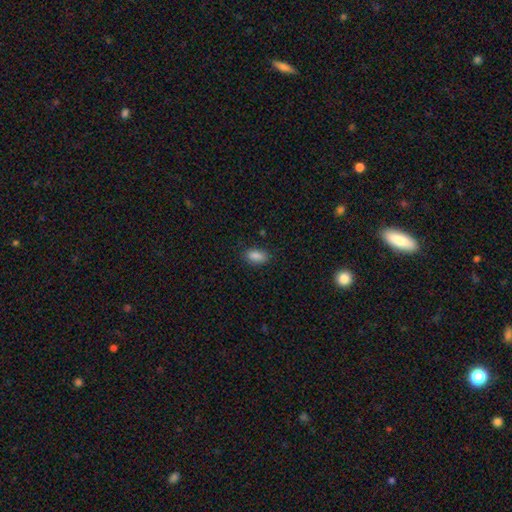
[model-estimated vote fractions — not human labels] The model was most divided on "merging": none: 82%, minor disturbance: 14%, major disturbance: 3%, merger: 1%. More confident: how rounded — in between (90%); smooth or featured — smooth (87%).